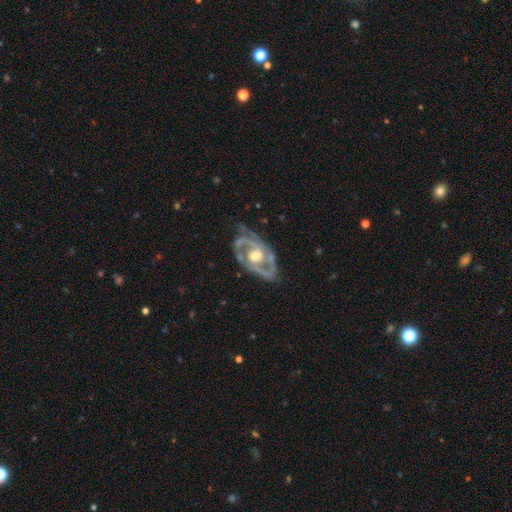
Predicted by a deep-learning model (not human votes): Overall: featured or disk (91%). Edge-on disk: no (96%). Bar: no (62%; weak 29%). Spiral arms: yes (94%). Spiral arm count: 2 (76%). Spiral winding: medium (46%; tight 43%). Bulge size: moderate (74%). Merging: none (71%).